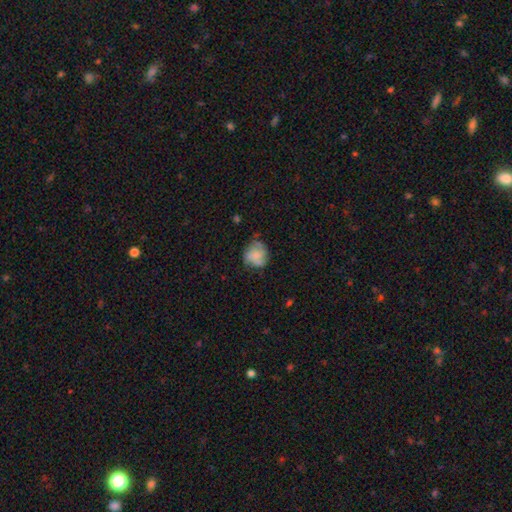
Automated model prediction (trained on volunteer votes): This is possibly a smooth galaxy (58%). How rounded: likely round (75%). Merging: possibly none (58%).